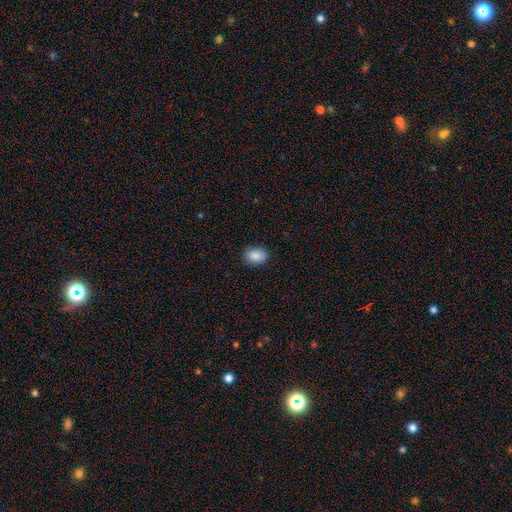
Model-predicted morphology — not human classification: Smooth or featured?
  - smooth: 87% *
  - star or artifact: 8%
  - featured or disk: 5%
How rounded?
  - in between: 68% *
  - round: 31%
  - cigar-shaped: 1%
Merging?
  - none: 88% *
  - minor disturbance: 9%
  - major disturbance: 2%
  - merger: 1%